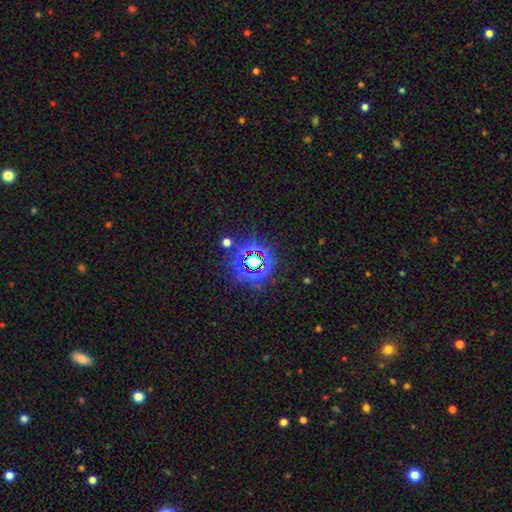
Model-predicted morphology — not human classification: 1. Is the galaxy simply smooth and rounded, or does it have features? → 76% star or artifact, 15% smooth, 9% featured or disk.